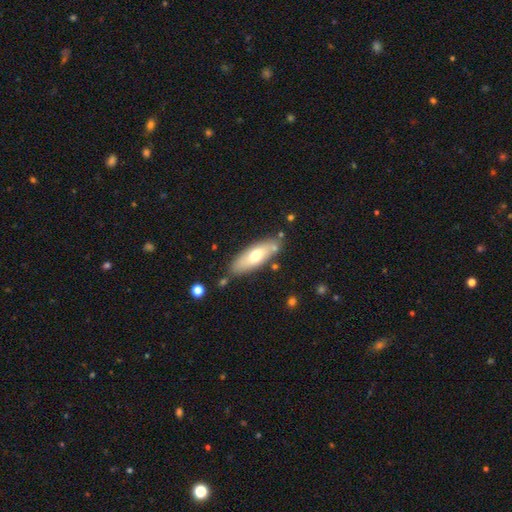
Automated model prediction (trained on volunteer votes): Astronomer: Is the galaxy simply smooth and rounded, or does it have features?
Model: smooth — 60%.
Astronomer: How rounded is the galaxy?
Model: in between — 61% (runner-up: cigar-shaped, 37%).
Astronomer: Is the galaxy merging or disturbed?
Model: none — 78%.